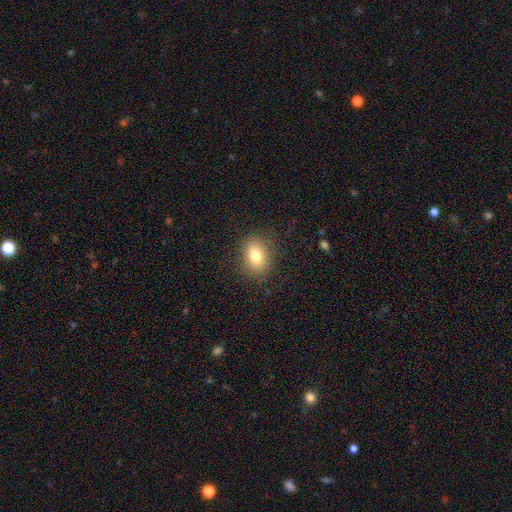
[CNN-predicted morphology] Smooth or featured? smooth (79%)
How rounded? in between (71%)
Merging? none (85%)